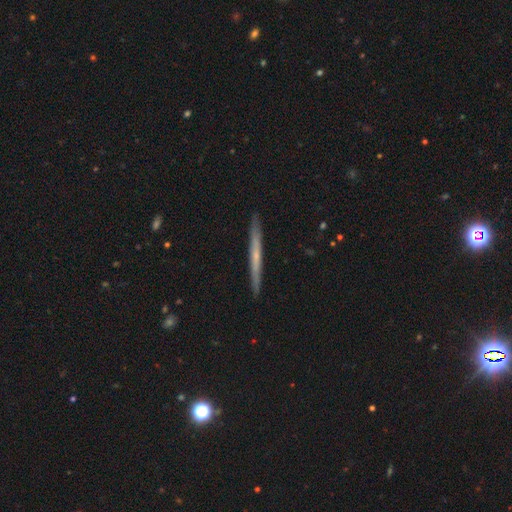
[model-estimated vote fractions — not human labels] Morphology: type=featured or disk (55%); edge-on=yes (97%); edge-on bulge=none (75%); merging=none (92%).